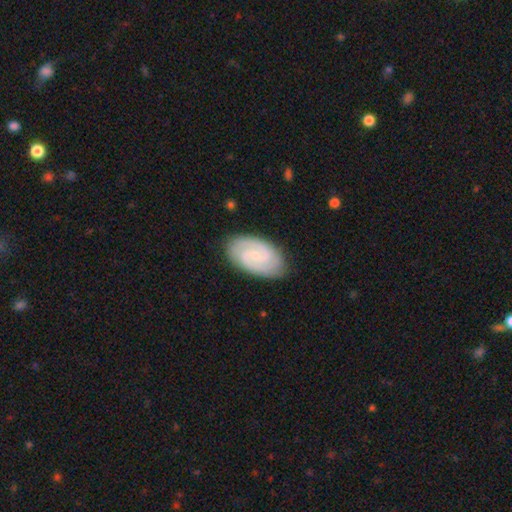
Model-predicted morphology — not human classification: Smooth or featured? Predicted: featured or disk (p=0.84). Edge-on disk? Predicted: no (p=0.97). Bar? Predicted: no (p=0.46). Spiral arms? Predicted: yes (p=0.97). Spiral winding? Predicted: tight (p=0.58). Spiral arm count? Predicted: 2 (p=0.87). Bulge size? Predicted: small (p=0.70). Merging? Predicted: none (p=0.86).